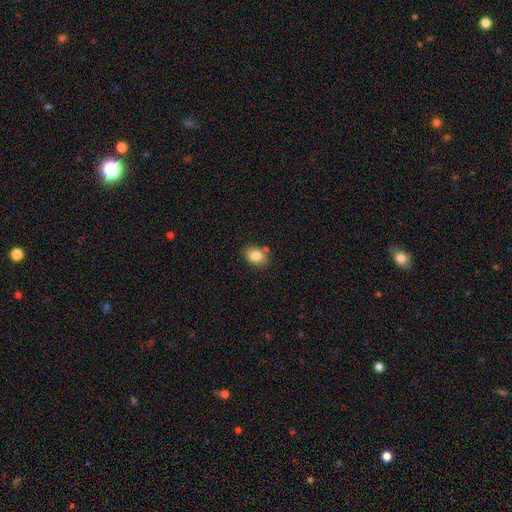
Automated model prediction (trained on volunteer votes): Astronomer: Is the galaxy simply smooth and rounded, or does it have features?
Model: smooth — 84%.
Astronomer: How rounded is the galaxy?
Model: in between — 67%.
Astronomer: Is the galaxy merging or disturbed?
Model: none — 76%.